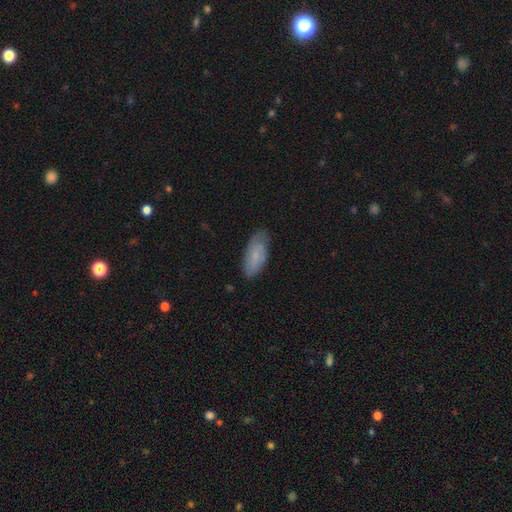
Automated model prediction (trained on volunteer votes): This is likely a smooth galaxy (67%). How rounded: clearly in between (83%). Merging: likely none (74%).